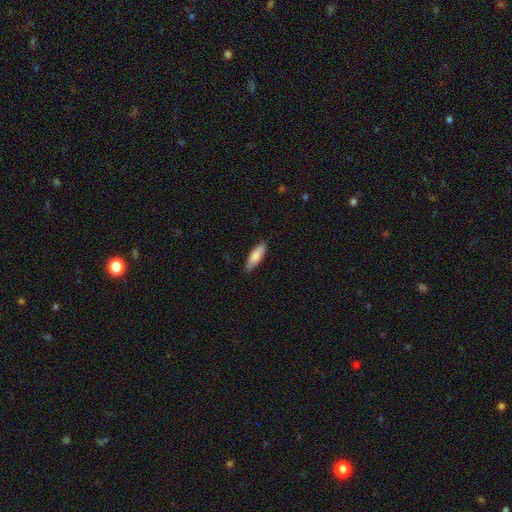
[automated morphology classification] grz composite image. It shows a smooth galaxy with no disk features (81%) that is in between round and cigar-shaped (51%). Merging: none (86%).